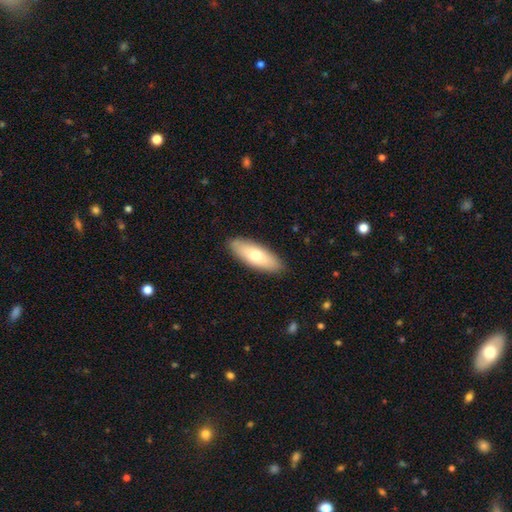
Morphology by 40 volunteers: A smooth galaxy with no disk features (75%) that is in between round and cigar-shaped (83%). Merging: none (97%).